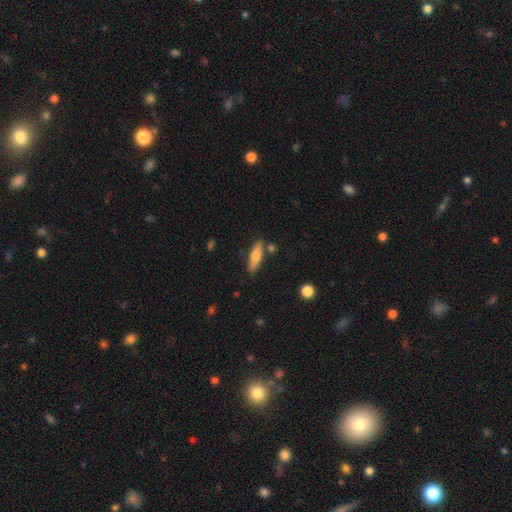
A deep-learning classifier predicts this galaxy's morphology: This is possibly a smooth galaxy (60%). How rounded: likely cigar-shaped (63%). Merging: likely none (79%).